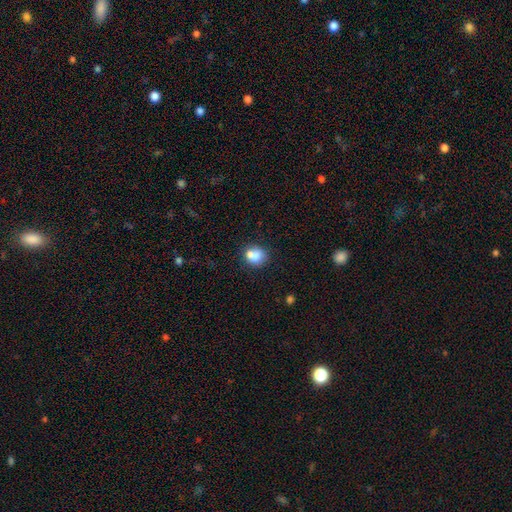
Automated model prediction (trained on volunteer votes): smooth 75%, featured or disk 15%, star or artifact 10%. Down the decision tree: how rounded — round (68%); merging — none (46%).